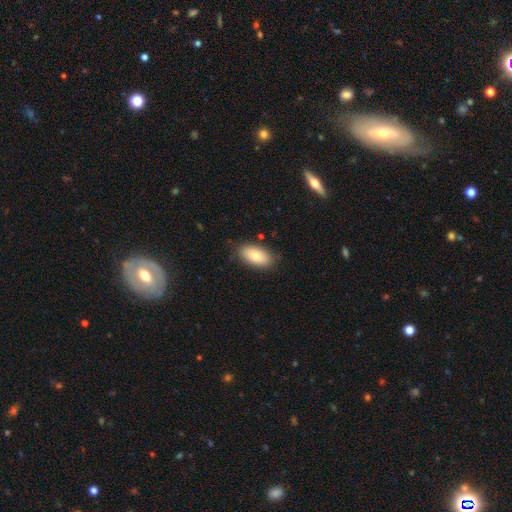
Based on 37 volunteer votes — Smooth or featured? smooth (86%)
How rounded? in between (97%)
Merging? none (89%)